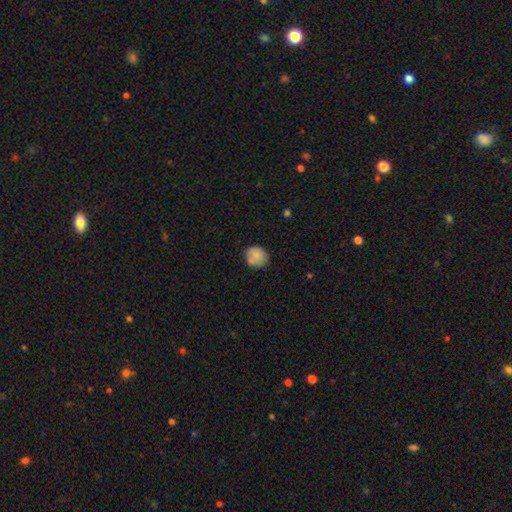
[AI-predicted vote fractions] This appears to be a smooth galaxy with no disk features (82%) that is round (79%). Merging: none (71%).